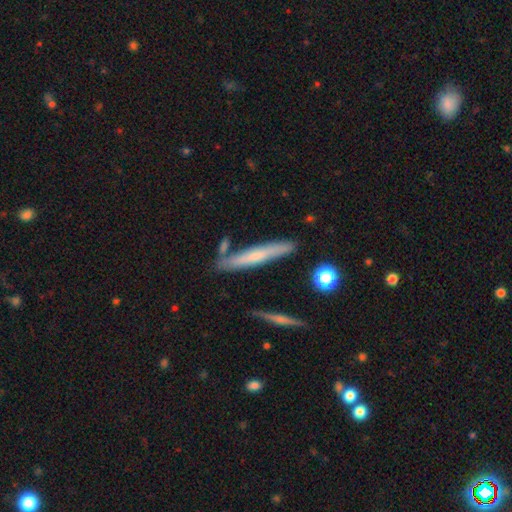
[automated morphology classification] smooth 53%, featured or disk 40%, star or artifact 7%. Down the decision tree: how rounded — cigar-shaped (93%); merging — none (78%).